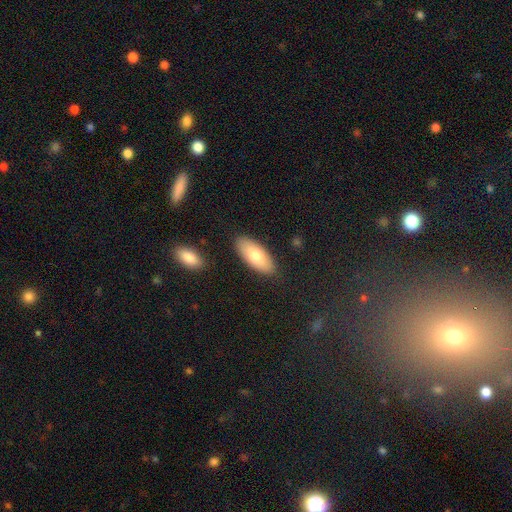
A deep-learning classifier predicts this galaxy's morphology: Overall: smooth (75%). How rounded: in between (86%). Merging: none (86%).